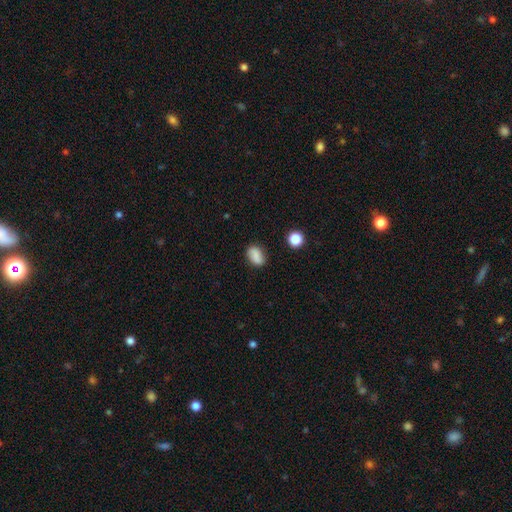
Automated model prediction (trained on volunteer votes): smooth_or_featured: smooth (p=0.79) [alt: featured or disk p=0.12]
how_rounded: in between (p=0.81) [alt: round p=0.17]
merging: none (p=0.78) [alt: minor disturbance p=0.15]